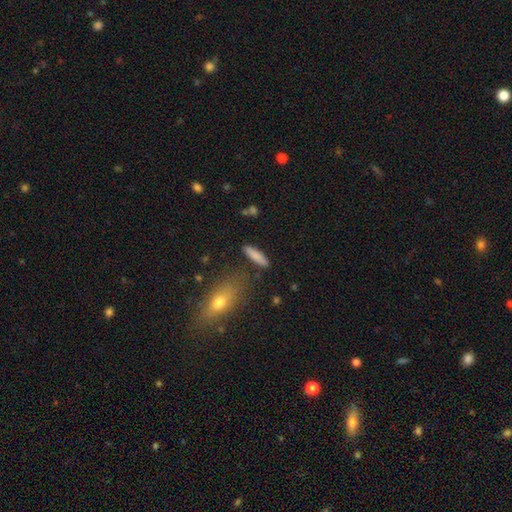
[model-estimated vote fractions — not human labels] This is clearly a smooth galaxy (82%). How rounded: likely cigar-shaped (76%). Merging: clearly none (82%).